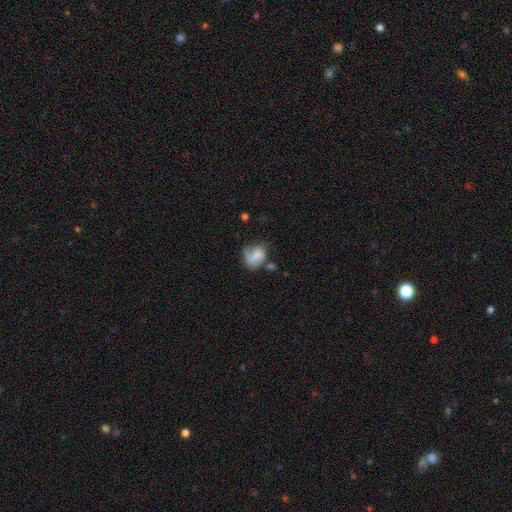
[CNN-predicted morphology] This is likely a smooth galaxy (61%). How rounded: possibly in between (50%). Merging: marginally none (35%).